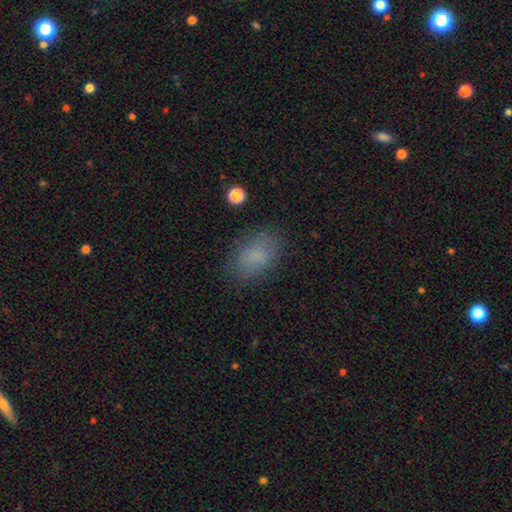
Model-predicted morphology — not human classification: Smooth or featured?
  - smooth: 82% *
  - star or artifact: 10%
  - featured or disk: 8%
How rounded?
  - in between: 87% *
  - round: 11%
  - cigar-shaped: 2%
Merging?
  - none: 78% *
  - minor disturbance: 15%
  - major disturbance: 5%
  - merger: 1%